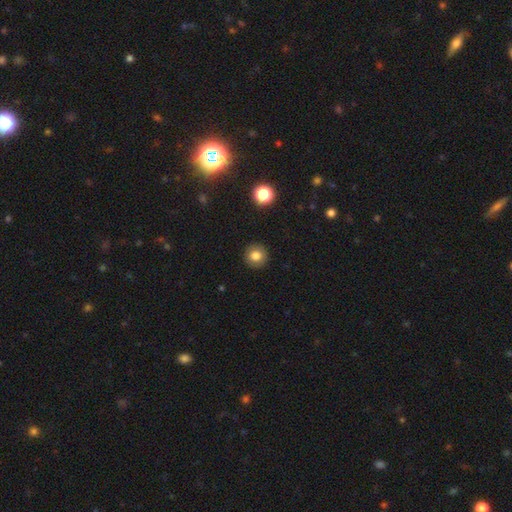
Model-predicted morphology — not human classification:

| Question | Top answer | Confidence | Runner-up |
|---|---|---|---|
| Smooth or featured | smooth | 81% | star or artifact (11%) |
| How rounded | round | 93% | in between (6%) |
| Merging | none | 92% | minor disturbance (5%) |